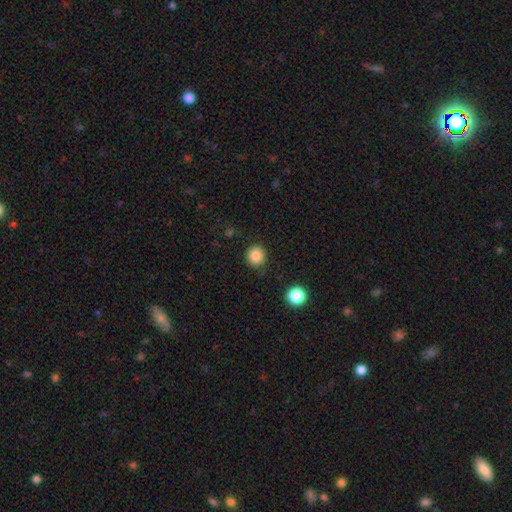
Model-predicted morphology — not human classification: Smooth or featured?
  - smooth: 86% *
  - star or artifact: 10%
  - featured or disk: 4%
How rounded?
  - round: 91% *
  - in between: 8%
  - cigar-shaped: 1%
Merging?
  - none: 87% *
  - minor disturbance: 8%
  - major disturbance: 3%
  - merger: 2%